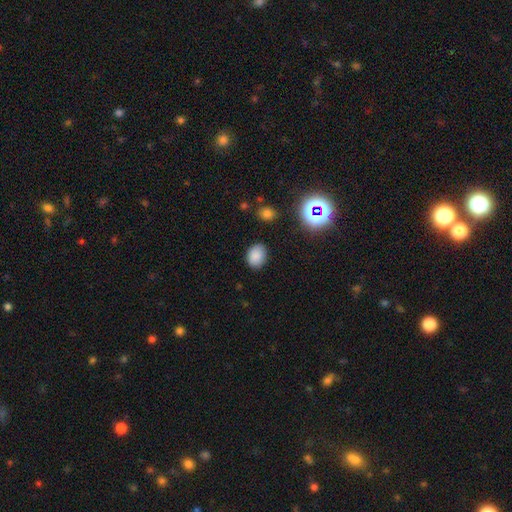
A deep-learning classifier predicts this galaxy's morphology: A smooth galaxy with no disk features (84%) that is in between round and cigar-shaped (59%).

Vote fractions:
- Smooth or featured? smooth: 84% / star or artifact: 12% / featured or disk: 4%
- How rounded? in between: 59% / round: 40% / cigar-shaped: 1%
- Merging? none: 85% / minor disturbance: 11% / major disturbance: 3% / merger: 2%